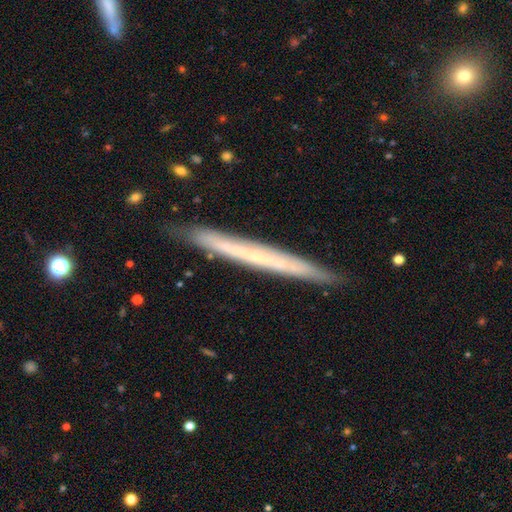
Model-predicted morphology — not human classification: This appears to be a featured or disk galaxy (61%) viewed edge-on (93%) with no central bulge (85%). Merging: none (88%).